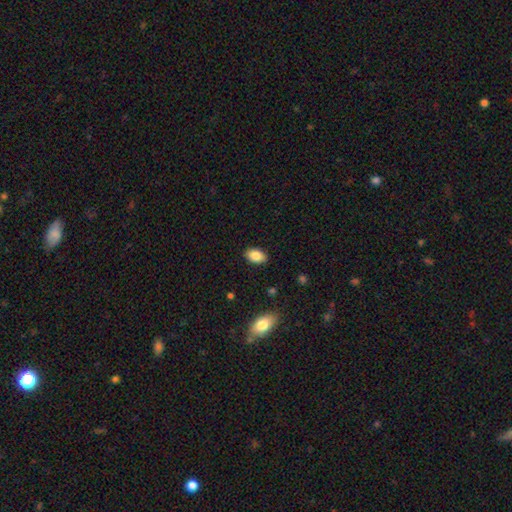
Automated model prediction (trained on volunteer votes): A smooth galaxy with no disk features (85%) that is in between round and cigar-shaped (90%). Merging: none (88%).